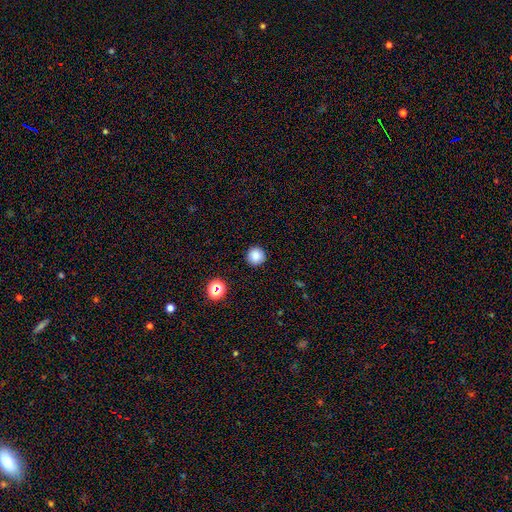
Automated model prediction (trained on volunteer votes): Smooth or featured? Predicted: smooth (p=0.82). How rounded? Predicted: round (p=0.96). Merging? Predicted: none (p=0.91).